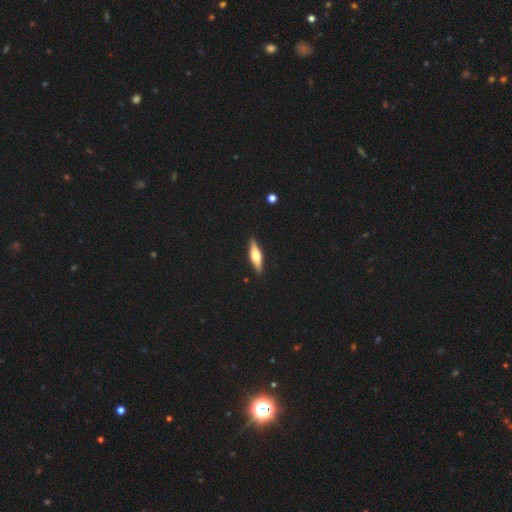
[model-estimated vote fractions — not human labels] This is possibly a featured or disk galaxy (53%). It is clearly viewed edge-on (92%). Merging: clearly none (89%).